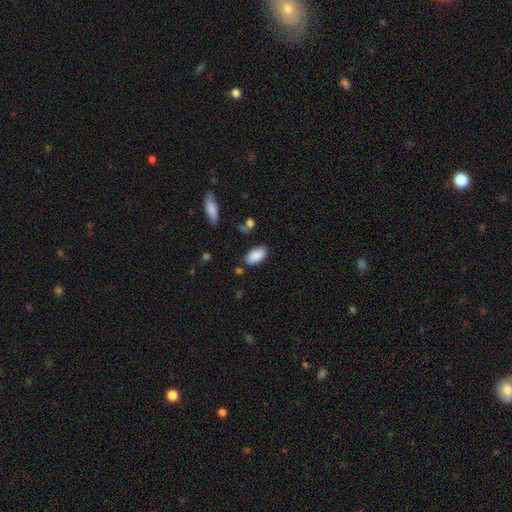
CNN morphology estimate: Overall: smooth (89%). How rounded: in between (93%). Merging: none (82%).